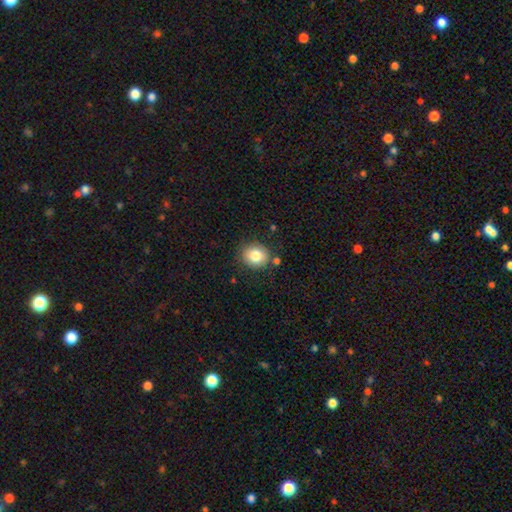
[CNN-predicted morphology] type=smooth (82%); roundness=round (76%); merging=none (81%).